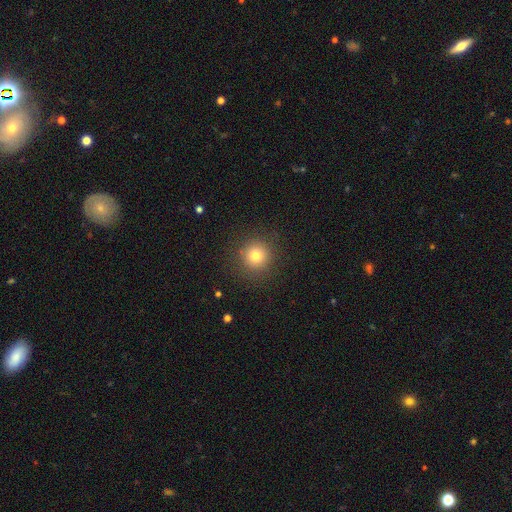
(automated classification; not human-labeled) Smooth or featured: smooth — 77% (star or artifact — 14%)
How rounded: round — 95% (in between — 4%)
Merging: none — 90% (minor disturbance — 6%)